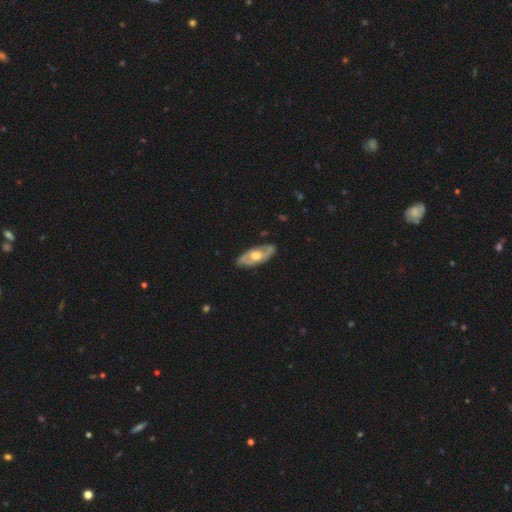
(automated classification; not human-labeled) smooth_or_featured: featured or disk (p=0.68) [alt: smooth p=0.28]
disk_edge_on: no (p=0.80) [alt: yes p=0.20]
bar: no (p=0.72) [alt: weak p=0.22]
has_spiral_arms: yes (p=0.58) [alt: no p=0.42]
bulge_size: moderate (p=0.62) [alt: large p=0.29]
merging: none (p=0.83) [alt: minor disturbance p=0.13]